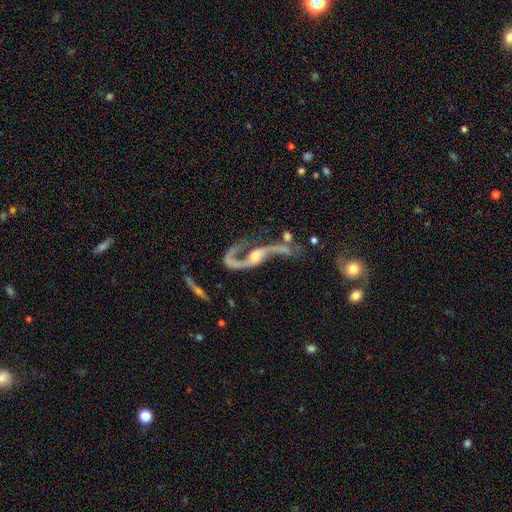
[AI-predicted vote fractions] Q: Smooth or featured?
A: featured or disk (90%); runner-up: star or artifact (5%)
Q: Edge-on disk?
A: no (92%); runner-up: yes (8%)
Q: Bar?
A: no (49%); runner-up: weak (33%)
Q: Spiral arms?
A: yes (94%); runner-up: no (6%)
Q: Spiral winding?
A: loose (86%); runner-up: medium (11%)
Q: Spiral arm count?
A: 2 (89%); runner-up: 1 (6%)
Q: Bulge size?
A: moderate (58%); runner-up: small (28%)
Q: Merging?
A: none (42%); runner-up: major disturbance (25%)